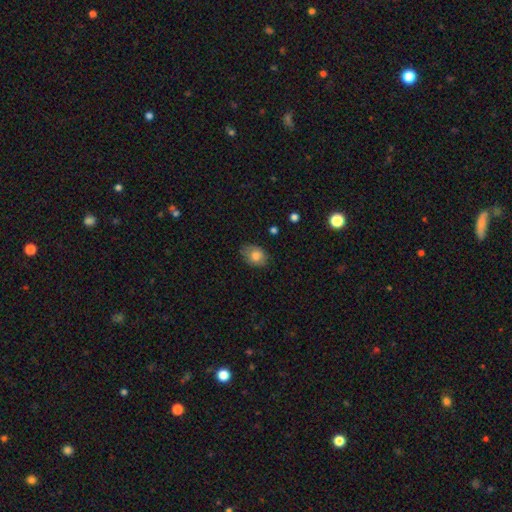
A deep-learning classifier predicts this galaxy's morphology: Smooth or featured?
  - smooth: 80% *
  - featured or disk: 12%
  - star or artifact: 8%
How rounded?
  - in between: 68% *
  - round: 31%
  - cigar-shaped: 1%
Merging?
  - none: 77% *
  - minor disturbance: 18%
  - major disturbance: 4%
  - merger: 1%